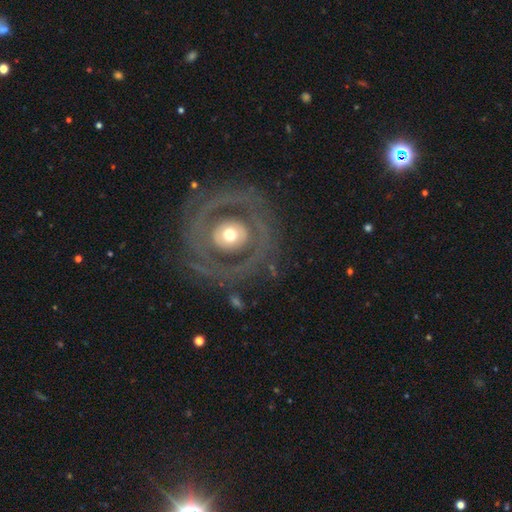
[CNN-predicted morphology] The model was most divided on "spiral arms": no: 52%, yes: 48%. More confident: edge-on disk — no (96%); merging — none (78%); smooth or featured — featured or disk (78%); bar — no (77%); bulge size — moderate (61%).